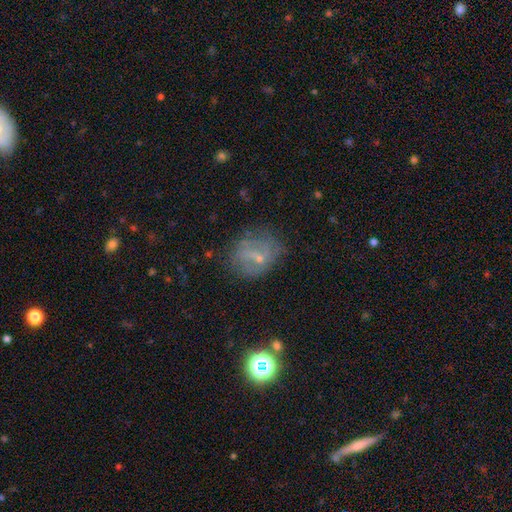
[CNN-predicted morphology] Smooth or featured? featured or disk (50%)
Edge-on disk? no (96%)
Merging? none (59%)